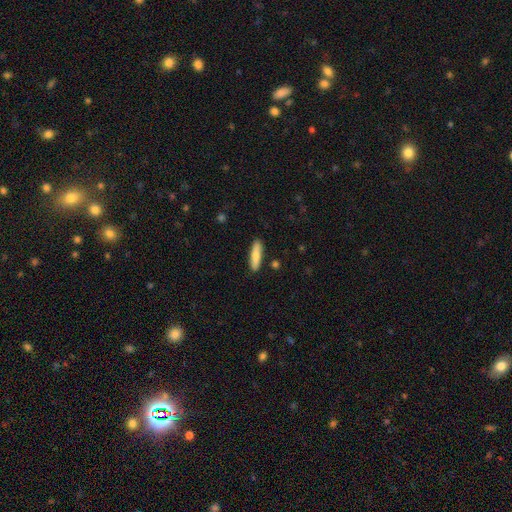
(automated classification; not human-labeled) This is likely a smooth galaxy (78%). How rounded: likely cigar-shaped (75%). Merging: clearly none (88%).